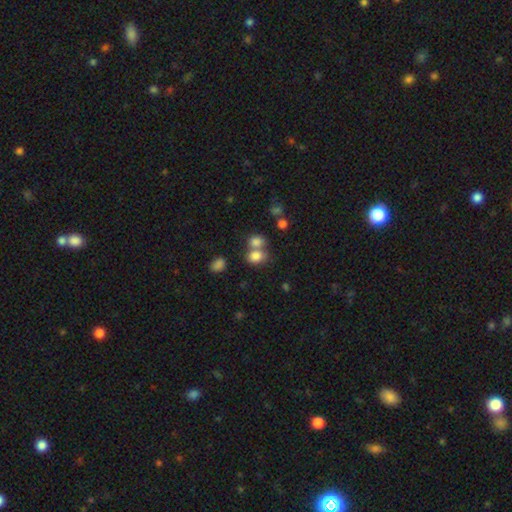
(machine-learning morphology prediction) type=smooth (80%); roundness=in between (57%); merging=merger (47%).